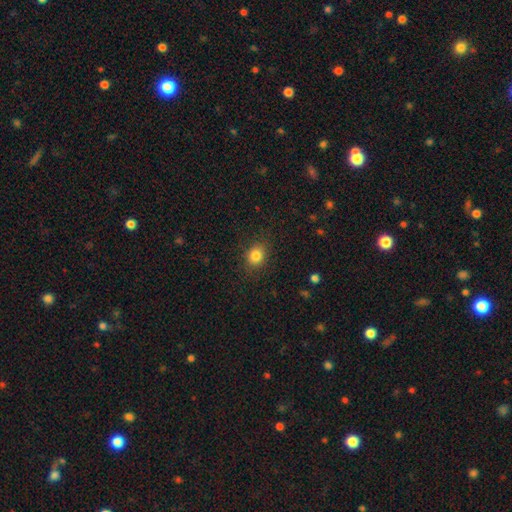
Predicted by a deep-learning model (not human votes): A smooth galaxy with no disk features (83%) that is round (67%).

Vote fractions:
- Smooth or featured? smooth: 83% / star or artifact: 11% / featured or disk: 6%
- How rounded? round: 67% / in between: 32% / cigar-shaped: 1%
- Merging? none: 86% / minor disturbance: 10% / major disturbance: 3% / merger: 1%